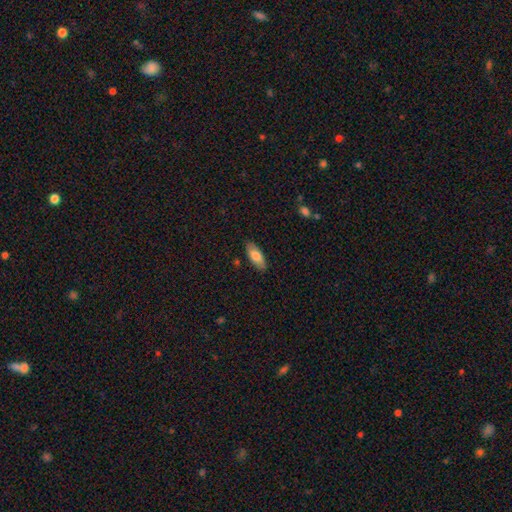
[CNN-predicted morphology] This appears to be a smooth galaxy with no disk features (79%) that is in between round and cigar-shaped (80%). Merging: none (85%).